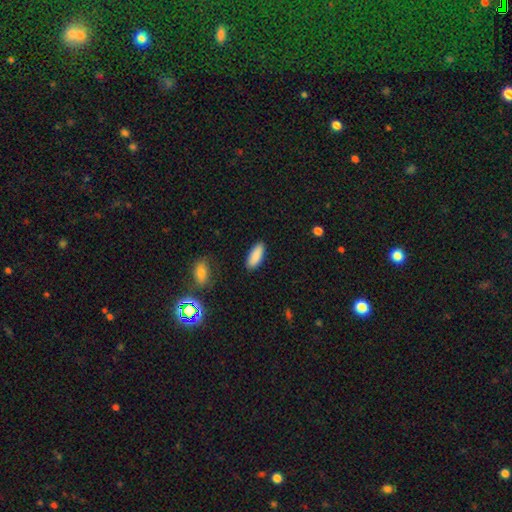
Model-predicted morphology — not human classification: smooth_or_featured: smooth (p=0.89) [alt: star or artifact p=0.06]
how_rounded: in between (p=0.78) [alt: cigar-shaped p=0.20]
merging: none (p=0.87) [alt: minor disturbance p=0.09]